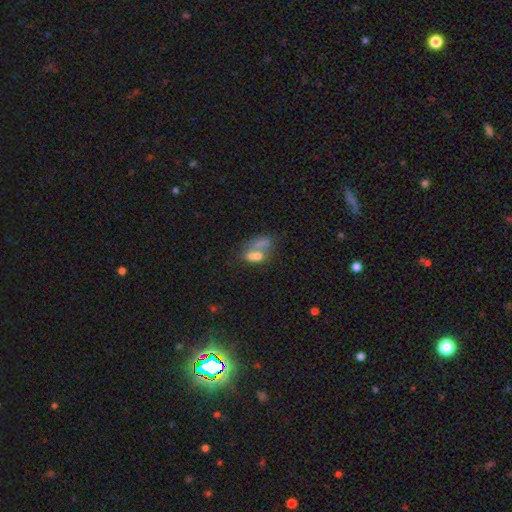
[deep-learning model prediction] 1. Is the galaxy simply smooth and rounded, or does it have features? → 61% smooth, 26% featured or disk, 13% star or artifact.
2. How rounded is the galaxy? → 73% in between, 22% round, 5% cigar-shaped.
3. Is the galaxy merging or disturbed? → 59% merger, 20% none, 12% major disturbance, 9% minor disturbance.